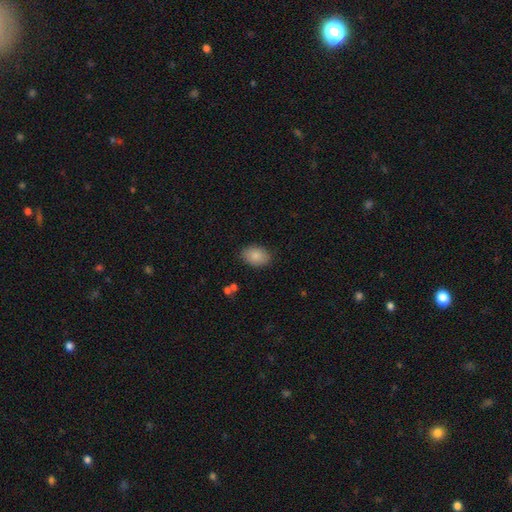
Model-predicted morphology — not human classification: Overall: smooth (85%). How rounded: in between (83%). Merging: none (86%).